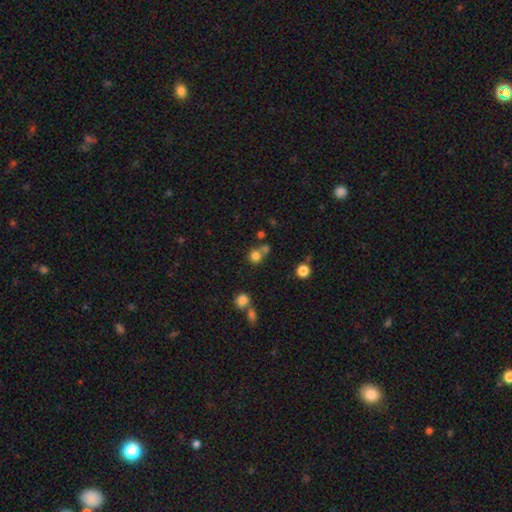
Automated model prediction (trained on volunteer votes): Q: Smooth or featured?
A: smooth (76%); runner-up: star or artifact (16%)
Q: How rounded?
A: round (87%); runner-up: in between (12%)
Q: Merging?
A: none (56%); runner-up: merger (31%)